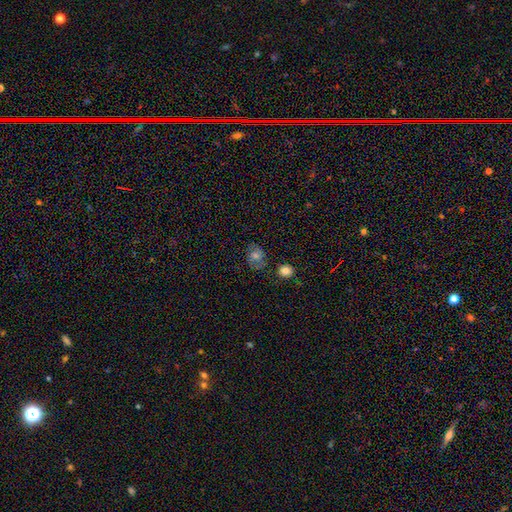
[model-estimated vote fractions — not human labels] The model was most divided on "smooth or featured": smooth: 44%, featured or disk: 40%, star or artifact: 16%. More confident: merging — none (74%).